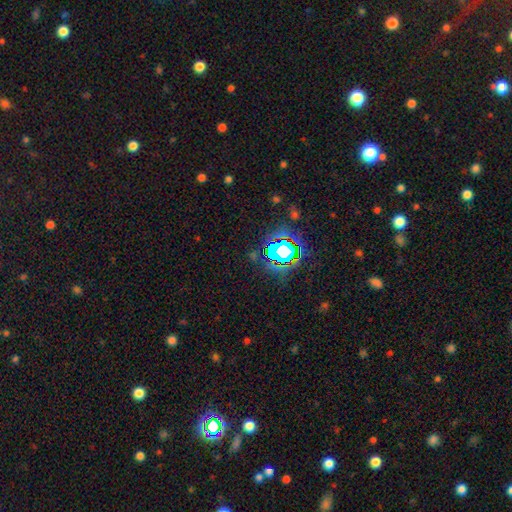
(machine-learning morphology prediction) star or artifact 74%, smooth 16%, featured or disk 10%.